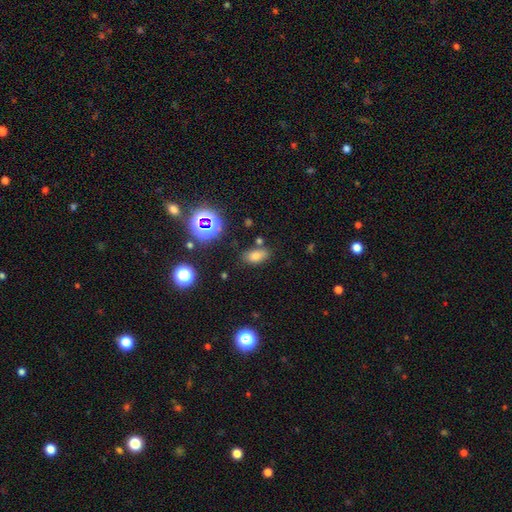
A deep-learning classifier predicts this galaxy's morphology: Smooth or featured? smooth (69%)
How rounded? in between (85%)
Merging? none (77%)